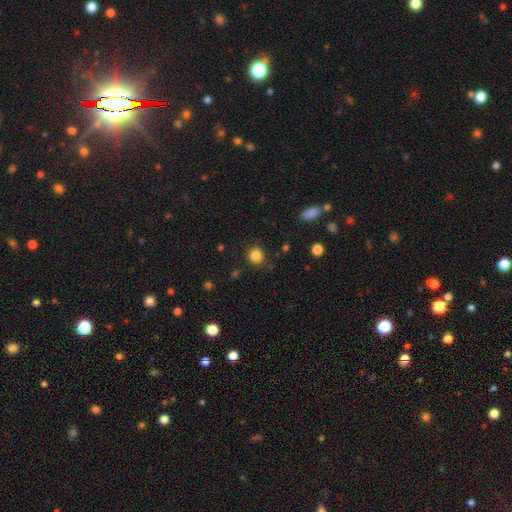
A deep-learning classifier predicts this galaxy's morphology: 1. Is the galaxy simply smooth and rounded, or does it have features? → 84% smooth, 12% star or artifact, 4% featured or disk.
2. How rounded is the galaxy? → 84% round, 15% in between, 1% cigar-shaped.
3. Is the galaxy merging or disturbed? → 85% none, 10% minor disturbance, 3% major disturbance, 2% merger.